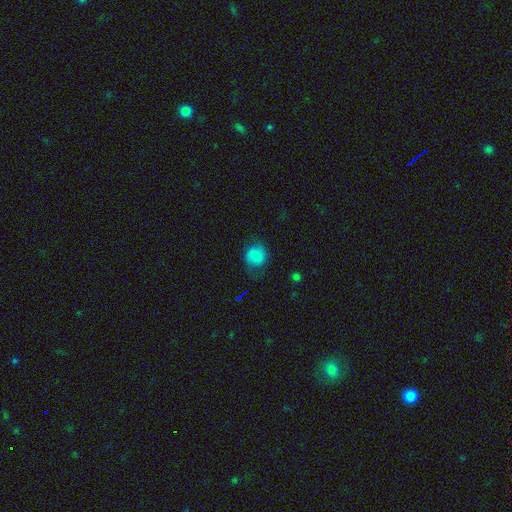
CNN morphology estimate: The model was most divided on "merging": none: 72%, minor disturbance: 19%, major disturbance: 7%, merger: 1%. More confident: how rounded — round (83%); smooth or featured — smooth (78%).